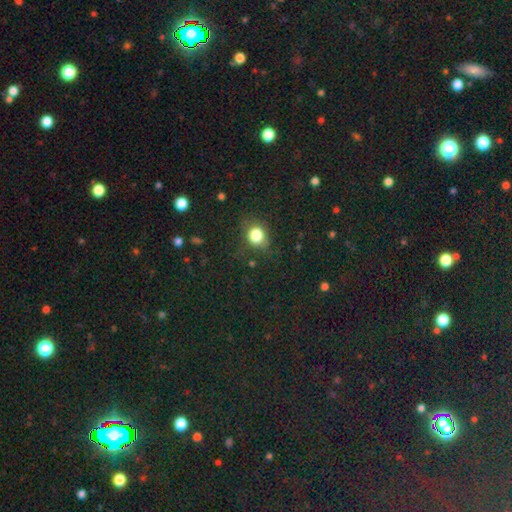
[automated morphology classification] smooth-or-featured: star or artifact: 66% | smooth: 27% | featured or disk: 7%